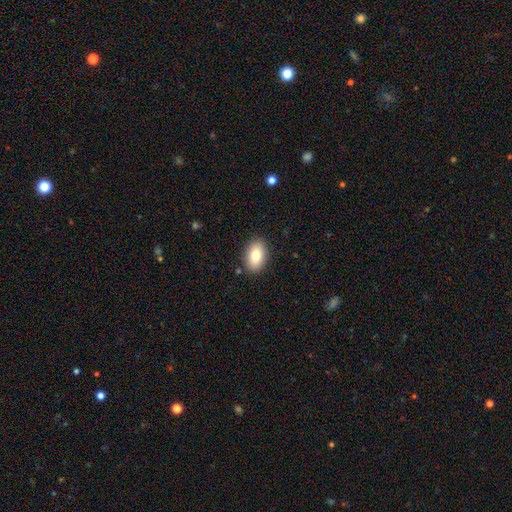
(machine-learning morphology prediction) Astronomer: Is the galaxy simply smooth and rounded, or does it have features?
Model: smooth — 81%.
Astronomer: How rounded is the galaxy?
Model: in between — 90%.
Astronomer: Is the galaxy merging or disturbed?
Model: none — 88%.